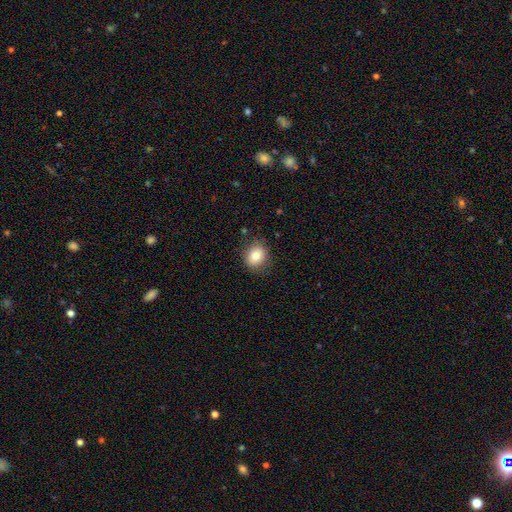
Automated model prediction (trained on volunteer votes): smooth-or-featured: smooth: 80% | featured or disk: 10% | star or artifact: 10%
  how-rounded: round: 65% | in between: 35% | cigar-shaped: 1%
  merging: none: 84% | minor disturbance: 12% | major disturbance: 3% | merger: 1%